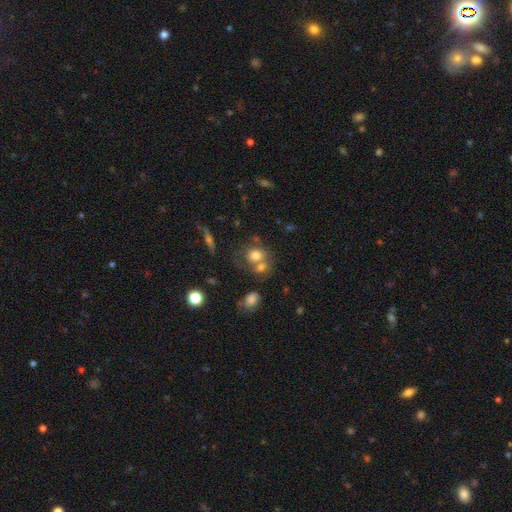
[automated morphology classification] A smooth galaxy with no disk features (70%) that is round (63%).

Vote fractions:
- Smooth or featured? smooth: 70% / featured or disk: 19% / star or artifact: 12%
- How rounded? round: 63% / in between: 35% / cigar-shaped: 1%
- Merging? merger: 44% / none: 37% / minor disturbance: 12% / major disturbance: 7%